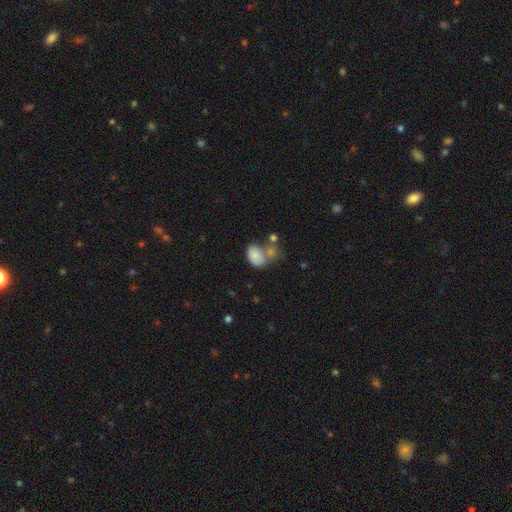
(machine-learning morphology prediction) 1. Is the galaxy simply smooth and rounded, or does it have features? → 75% smooth, 16% featured or disk, 9% star or artifact.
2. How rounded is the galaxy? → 80% in between, 19% round, 1% cigar-shaped.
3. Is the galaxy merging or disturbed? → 40% merger, 28% none, 20% minor disturbance, 12% major disturbance.